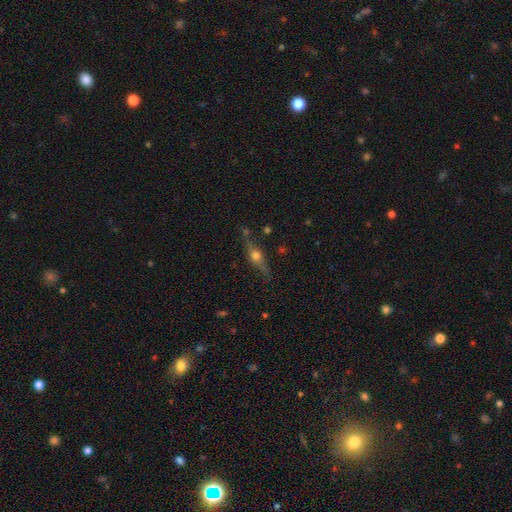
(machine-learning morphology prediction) Smooth or featured? featured or disk (69%)
Edge-on disk? yes (93%)
Edge-on bulge? rounded (94%)
Merging? none (77%)